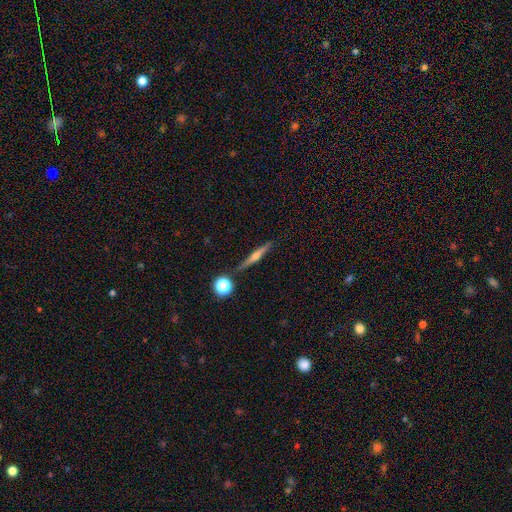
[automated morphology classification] Q: Smooth or featured?
A: featured or disk (61%); runner-up: smooth (31%)
Q: Edge-on disk?
A: yes (97%); runner-up: no (3%)
Q: Edge-on bulge?
A: rounded (83%); runner-up: none (11%)
Q: Merging?
A: none (87%); runner-up: minor disturbance (8%)